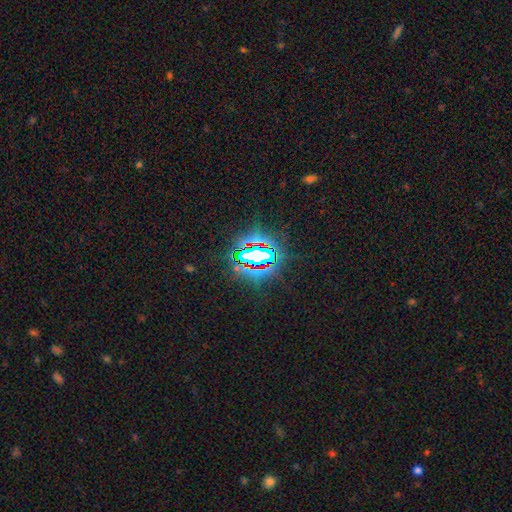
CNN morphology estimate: Q: Smooth or featured?
A: star or artifact (76%); runner-up: smooth (13%)